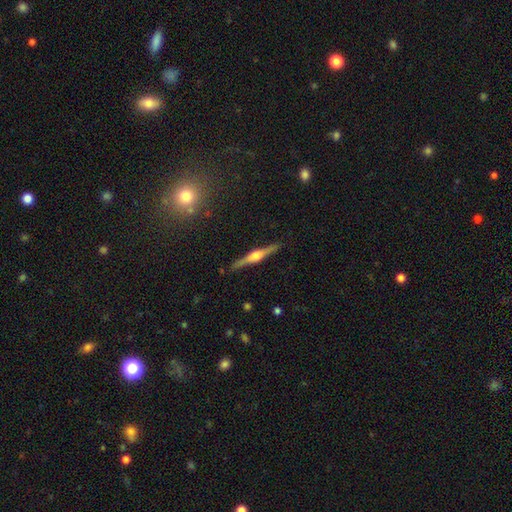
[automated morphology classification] Q: Smooth or featured?
A: featured or disk (80%); runner-up: smooth (15%)
Q: Edge-on disk?
A: yes (98%); runner-up: no (2%)
Q: Edge-on bulge?
A: rounded (87%); runner-up: boxy (10%)
Q: Merging?
A: none (90%); runner-up: minor disturbance (7%)